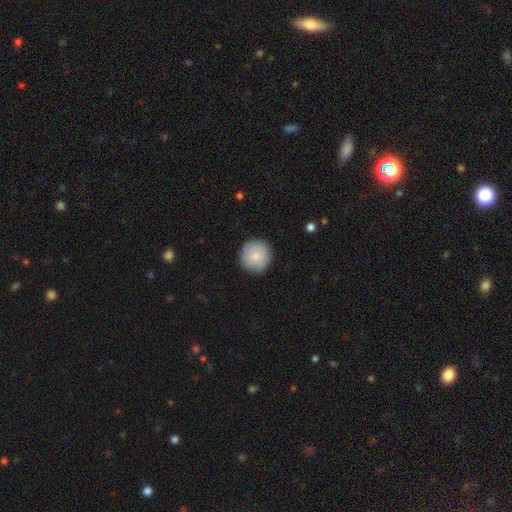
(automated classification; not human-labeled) Smooth or featured?
  - smooth: 77% *
  - featured or disk: 16%
  - star or artifact: 6%
How rounded?
  - round: 95% *
  - in between: 4%
  - cigar-shaped: 1%
Merging?
  - none: 89% *
  - minor disturbance: 8%
  - major disturbance: 2%
  - merger: 1%